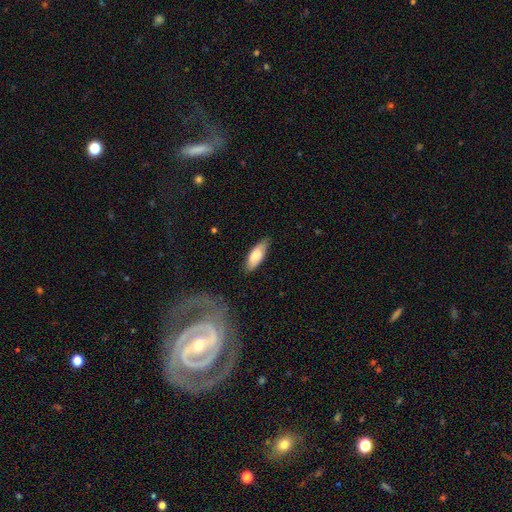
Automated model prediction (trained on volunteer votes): Q: Smooth or featured?
A: smooth (80%); runner-up: featured or disk (14%)
Q: How rounded?
A: in between (69%); runner-up: cigar-shaped (29%)
Q: Merging?
A: none (77%); runner-up: minor disturbance (18%)